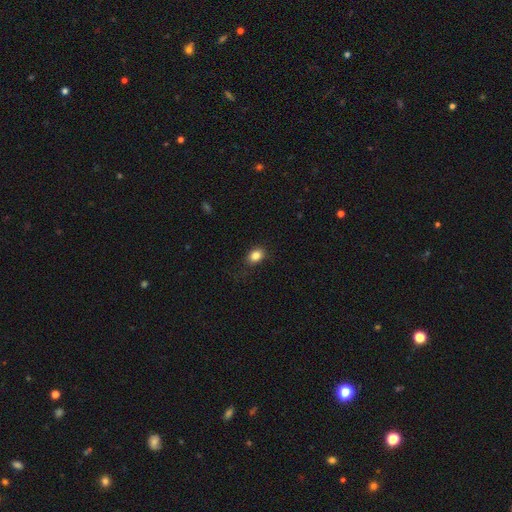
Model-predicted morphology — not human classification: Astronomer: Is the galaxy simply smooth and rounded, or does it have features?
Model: smooth — 84%.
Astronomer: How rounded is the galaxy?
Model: in between — 68%.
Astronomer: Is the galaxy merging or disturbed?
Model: none — 80%.